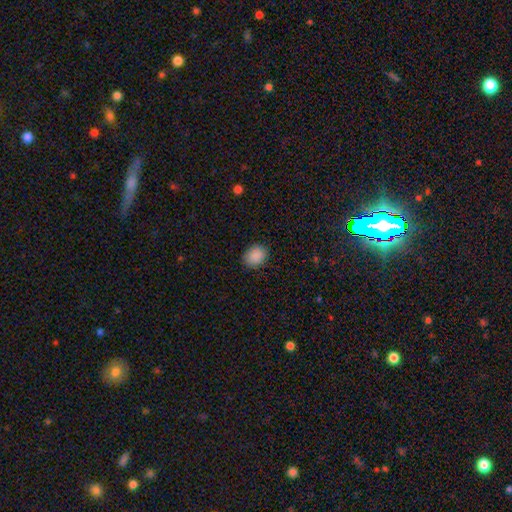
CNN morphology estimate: type=smooth (89%); roundness=in between (57%); merging=none (87%).